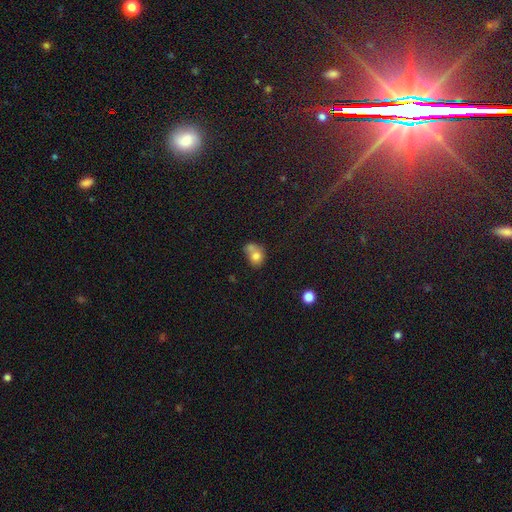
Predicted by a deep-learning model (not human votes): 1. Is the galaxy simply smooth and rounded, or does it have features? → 74% smooth, 16% featured or disk, 10% star or artifact.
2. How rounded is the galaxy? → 57% round, 42% in between, 1% cigar-shaped.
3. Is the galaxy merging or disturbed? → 54% merger, 27% none, 12% minor disturbance, 6% major disturbance.